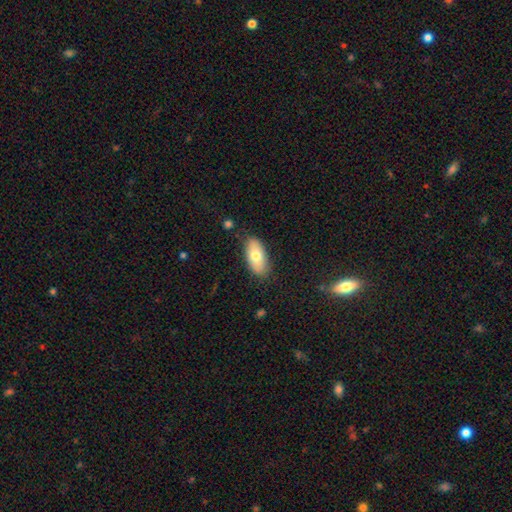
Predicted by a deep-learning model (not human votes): Smooth or featured: smooth — 72% (featured or disk — 21%)
How rounded: in between — 91% (cigar-shaped — 6%)
Merging: none — 83% (minor disturbance — 13%)